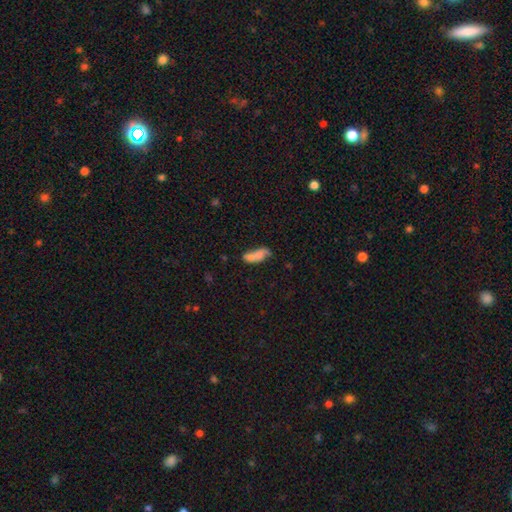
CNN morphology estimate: Smooth or featured? Predicted: smooth (p=0.61). How rounded? Predicted: in between (p=0.72). Merging? Predicted: merger (p=0.41).